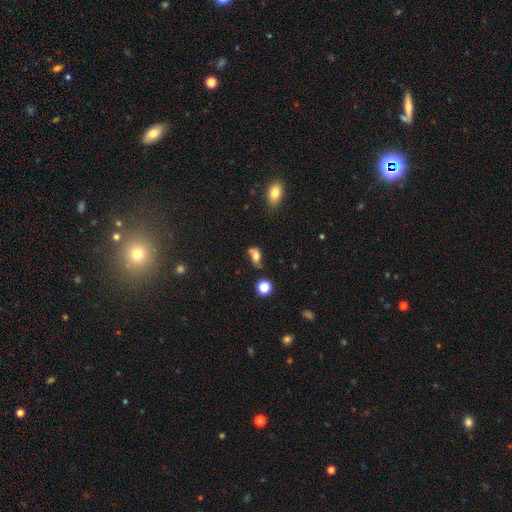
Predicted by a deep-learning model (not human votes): A smooth galaxy with no disk features (61%) that is in between round and cigar-shaped (78%). Merging: none (46%).